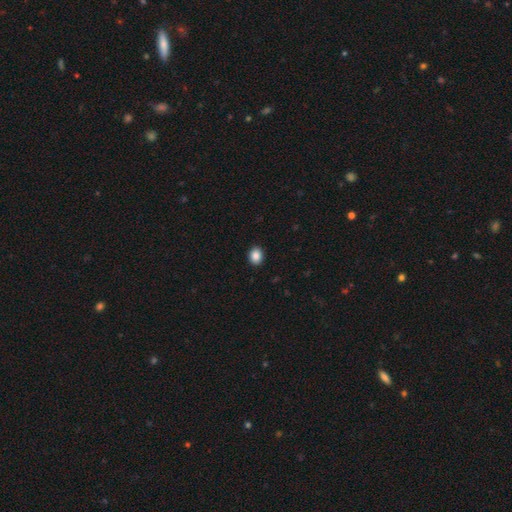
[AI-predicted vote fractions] A smooth galaxy with no disk features (87%) that is round (52%). Merging: none (92%).